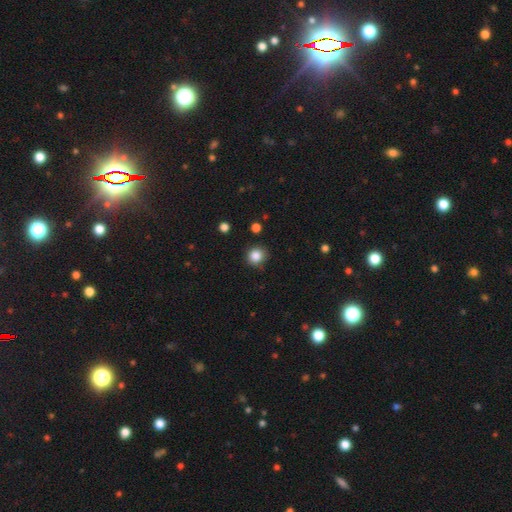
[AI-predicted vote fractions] smooth 86%, star or artifact 11%, featured or disk 4%. Down the decision tree: how rounded — round (90%); merging — none (85%).